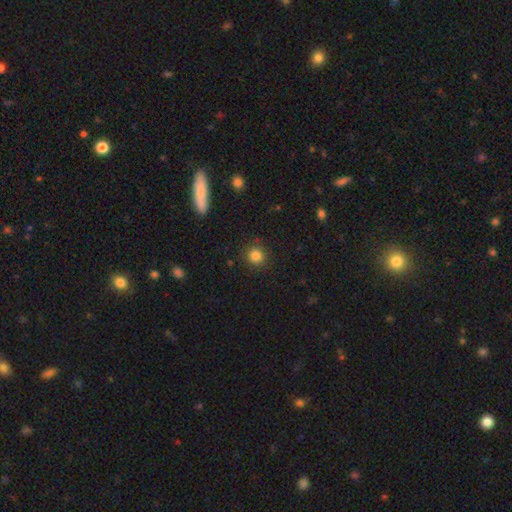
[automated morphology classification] Overall: smooth (84%). How rounded: round (92%). Merging: none (89%).